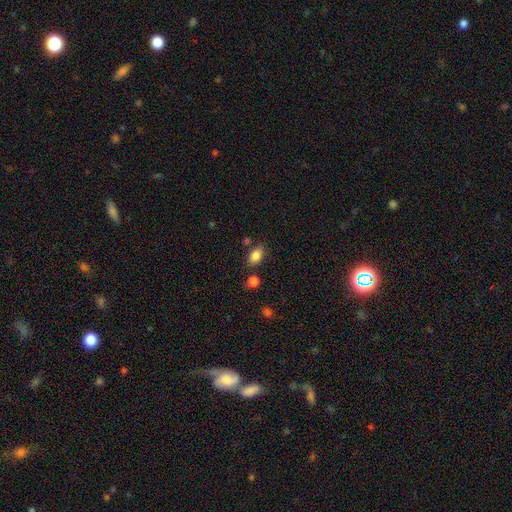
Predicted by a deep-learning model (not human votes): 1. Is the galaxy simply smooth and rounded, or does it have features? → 85% smooth, 9% star or artifact, 6% featured or disk.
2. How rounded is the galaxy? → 85% in between, 13% round, 2% cigar-shaped.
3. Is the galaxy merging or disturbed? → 75% none, 14% minor disturbance, 7% merger, 4% major disturbance.